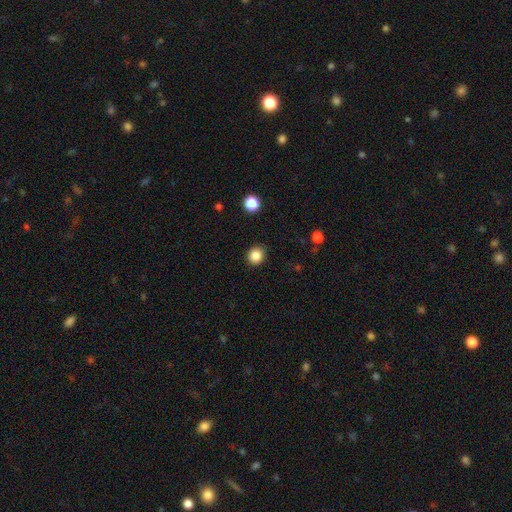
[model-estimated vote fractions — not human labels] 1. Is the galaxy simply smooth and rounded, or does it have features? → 86% smooth, 11% star or artifact, 4% featured or disk.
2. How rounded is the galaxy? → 83% round, 16% in between, 1% cigar-shaped.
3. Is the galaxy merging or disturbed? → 89% none, 7% minor disturbance, 2% major disturbance, 1% merger.